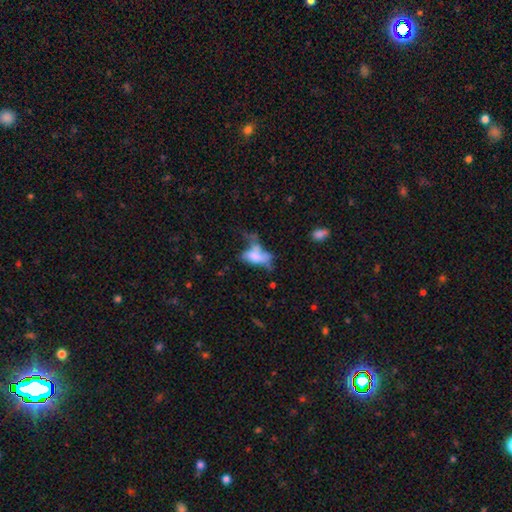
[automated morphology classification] A smooth galaxy with no disk features (56%) that is in between round and cigar-shaped (81%).

Vote fractions:
- Smooth or featured? smooth: 56% / featured or disk: 32% / star or artifact: 12%
- How rounded? in between: 81% / cigar-shaped: 14% / round: 5%
- Merging? major disturbance: 39% / merger: 23% / none: 20% / minor disturbance: 18%